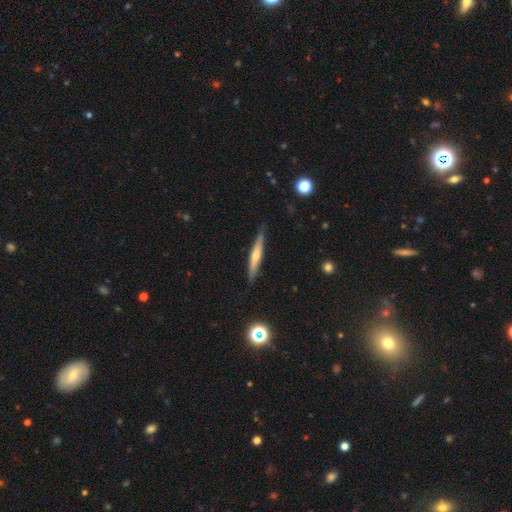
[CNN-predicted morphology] This appears to be a featured or disk galaxy (47%, tied with smooth). Merging: none (86%).